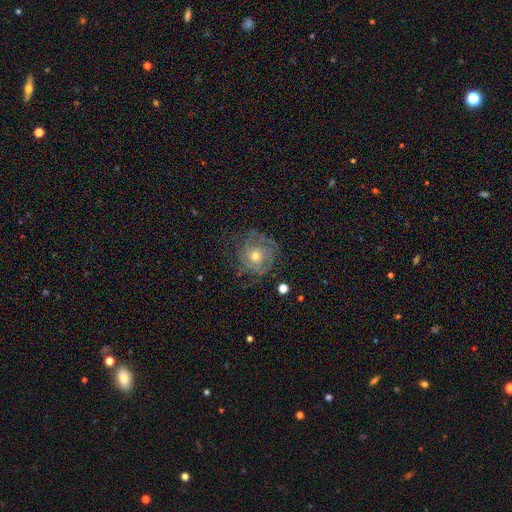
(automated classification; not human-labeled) Overall: featured or disk (77%). Edge-on disk: no (97%). Bar: no (82%). Spiral arms: yes (87%). Spiral arm count: can't tell (39%; 2 25%). Spiral winding: tight (67%). Bulge size: moderate (53%; small 43%). Merging: none (66%).